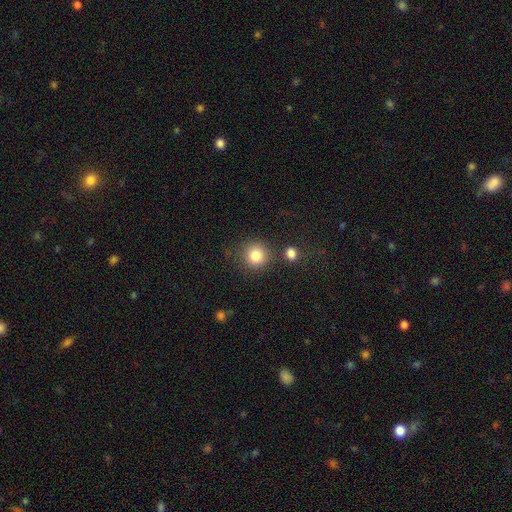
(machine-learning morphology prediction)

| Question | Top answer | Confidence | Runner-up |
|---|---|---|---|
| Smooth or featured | smooth | 84% | star or artifact (10%) |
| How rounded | round | 91% | in between (8%) |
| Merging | none | 79% | minor disturbance (9%) |